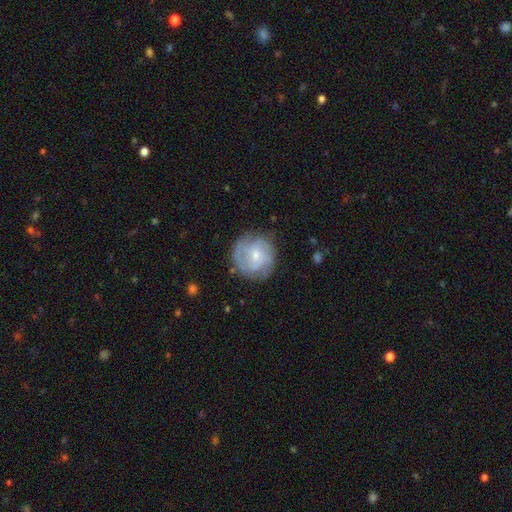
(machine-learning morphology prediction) smooth_or_featured: featured or disk (p=0.58) [alt: smooth p=0.36]
disk_edge_on: no (p=0.97) [alt: yes p=0.03]
bar: no (p=0.57) [alt: weak p=0.37]
has_spiral_arms: yes (p=0.79) [alt: no p=0.21]
bulge_size: small (p=0.58) [alt: moderate p=0.35]
merging: none (p=0.72) [alt: minor disturbance p=0.18]